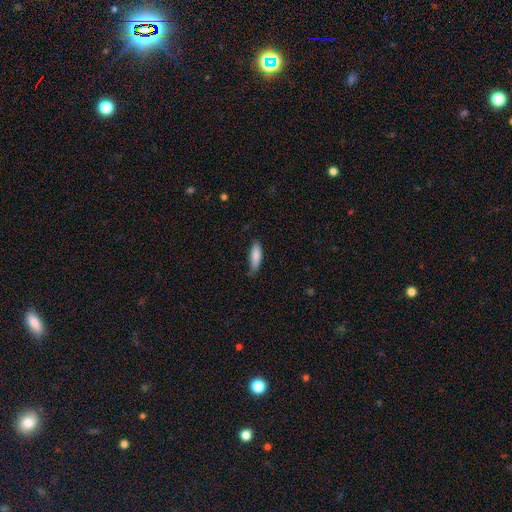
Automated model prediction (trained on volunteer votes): Smooth or featured? smooth (85%)
How rounded? cigar-shaped (50%)
Merging? none (72%)